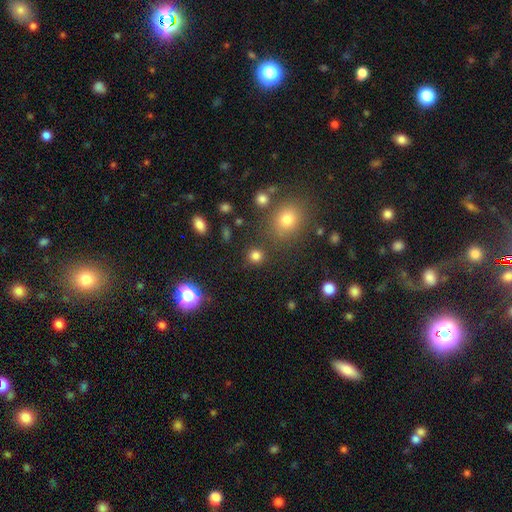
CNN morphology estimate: This is likely a smooth galaxy (79%). How rounded: clearly round (87%). Merging: clearly none (83%).